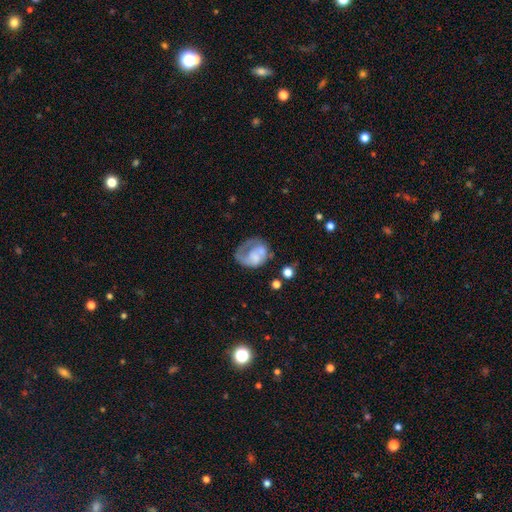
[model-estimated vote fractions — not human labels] smooth-or-featured: featured or disk: 53% | smooth: 39% | star or artifact: 8%
  disk-edge-on: no: 98% | yes: 2%
    bar: no: 80% | weak: 16% | strong: 3%
    has-spiral-arms: yes: 51% | no: 49%
    bulge-size: none: 44% | small: 21% | moderate: 20% | large: 12% | dominant: 3%
  merging: major disturbance: 36% | none: 32% | minor disturbance: 22% | merger: 10%